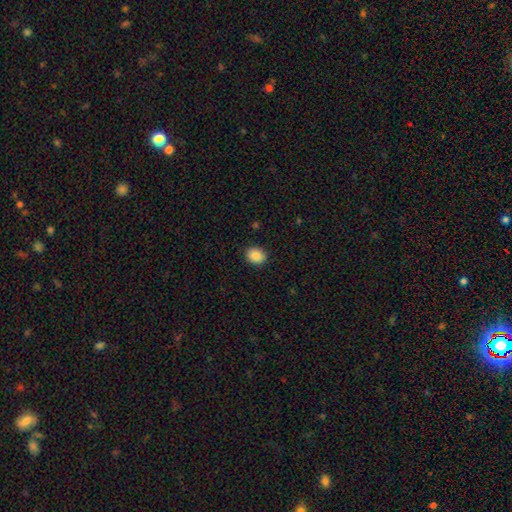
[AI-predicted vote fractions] smooth-or-featured: smooth: 88% | star or artifact: 8% | featured or disk: 3%
  how-rounded: in between: 52% | round: 47% | cigar-shaped: 1%
  merging: none: 89% | minor disturbance: 8% | major disturbance: 2% | merger: 1%